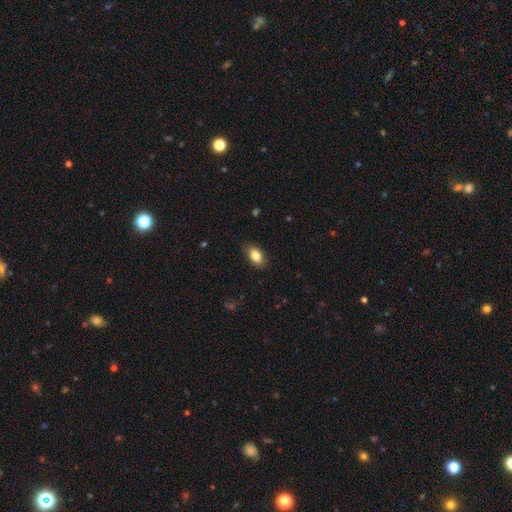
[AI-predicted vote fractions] Overall: smooth (84%). How rounded: in between (89%). Merging: none (84%).